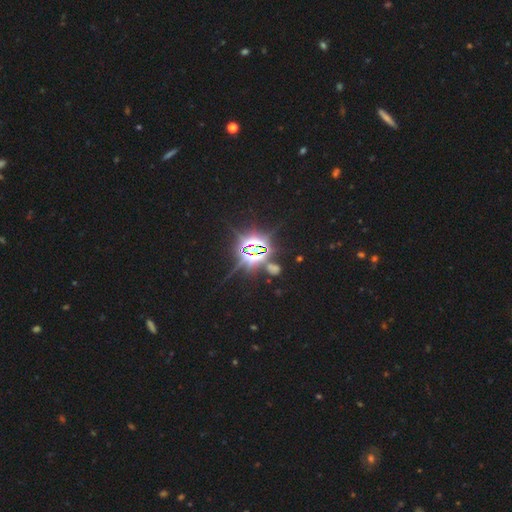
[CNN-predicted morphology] A star or artifact, not a galaxy (85%).